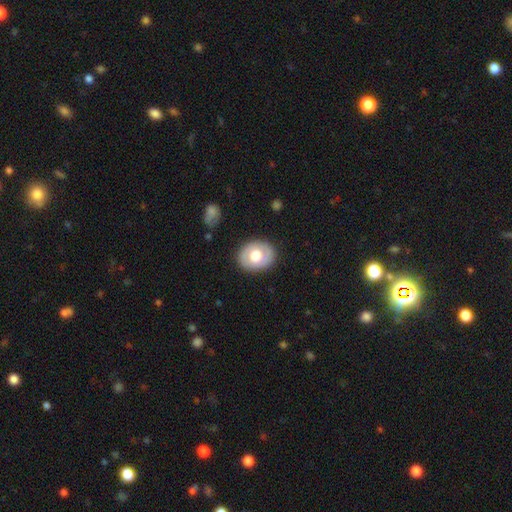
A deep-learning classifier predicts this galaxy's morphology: Smooth or featured? Predicted: smooth (p=0.62). How rounded? Predicted: in between (p=0.55). Merging? Predicted: none (p=0.86).